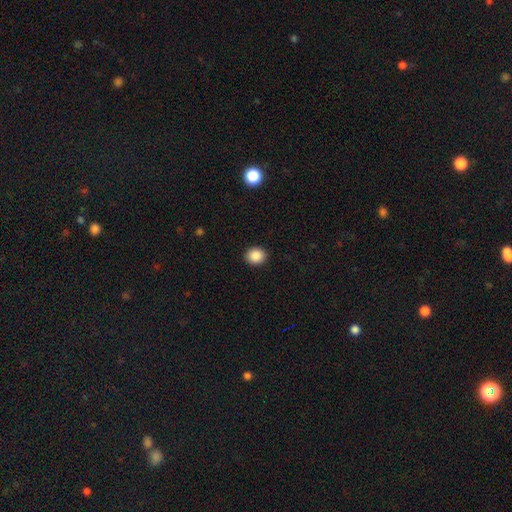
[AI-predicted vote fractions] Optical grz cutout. It shows a smooth galaxy with no disk features (88%) that is round (74%). Merging: none (91%).